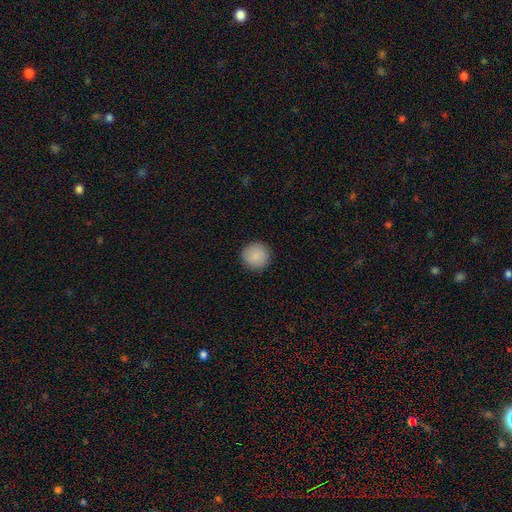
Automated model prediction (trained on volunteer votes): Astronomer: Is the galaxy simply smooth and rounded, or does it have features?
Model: smooth — 89%.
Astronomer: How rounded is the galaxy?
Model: round — 95%.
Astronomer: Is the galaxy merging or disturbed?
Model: none — 92%.